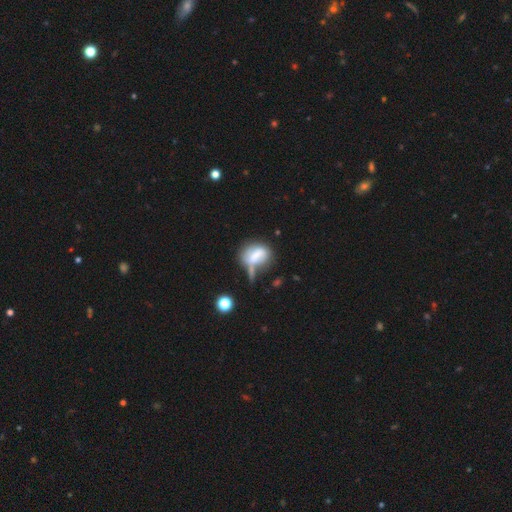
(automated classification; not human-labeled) smooth_or_featured: smooth (p=0.60) [alt: featured or disk p=0.29]
how_rounded: in between (p=0.68) [alt: round p=0.27]
merging: none (p=0.29) [alt: merger p=0.25]